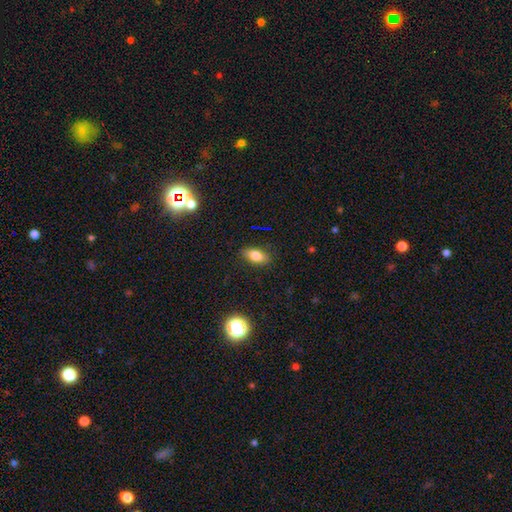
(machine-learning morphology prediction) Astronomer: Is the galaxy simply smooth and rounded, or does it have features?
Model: smooth — 79%.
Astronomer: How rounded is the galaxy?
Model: in between — 84%.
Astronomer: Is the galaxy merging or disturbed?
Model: none — 86%.